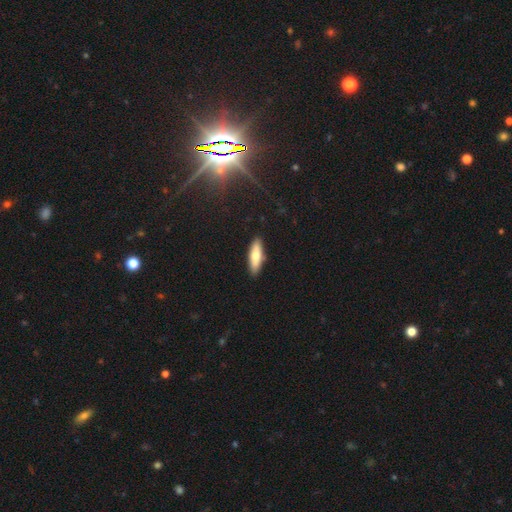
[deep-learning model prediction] smooth-or-featured: smooth: 68% | featured or disk: 27% | star or artifact: 6%
  how-rounded: cigar-shaped: 52% | in between: 46% | round: 2%
  merging: none: 88% | minor disturbance: 8% | major disturbance: 2% | merger: 1%